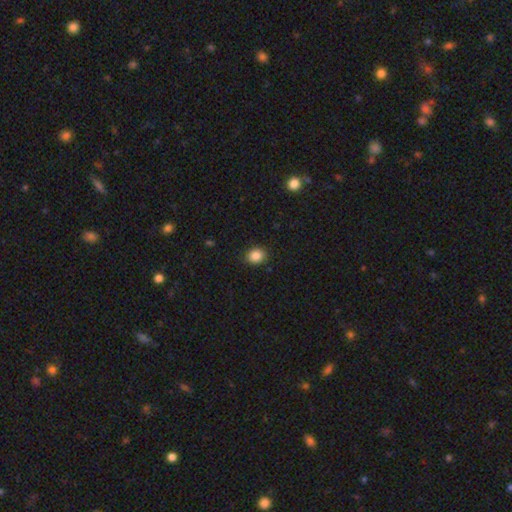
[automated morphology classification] A smooth galaxy with no disk features (87%) that is round (70%).

Vote fractions:
- Smooth or featured? smooth: 87% / star or artifact: 10% / featured or disk: 3%
- How rounded? round: 70% / in between: 29% / cigar-shaped: 1%
- Merging? none: 88% / minor disturbance: 9% / major disturbance: 2% / merger: 1%